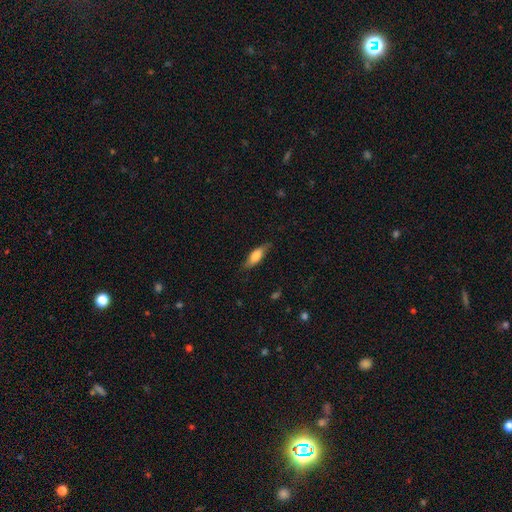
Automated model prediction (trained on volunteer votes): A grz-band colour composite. It shows a smooth galaxy with no disk features (72%) that is in between round and cigar-shaped (60%). Merging: none (77%).